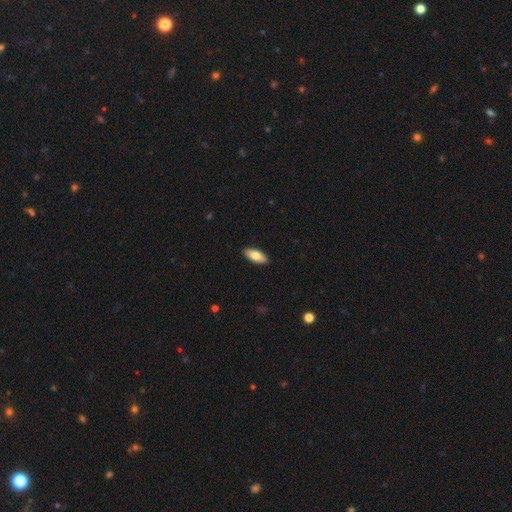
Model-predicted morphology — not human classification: type=smooth (78%); roundness=in between (86%); merging=none (90%).